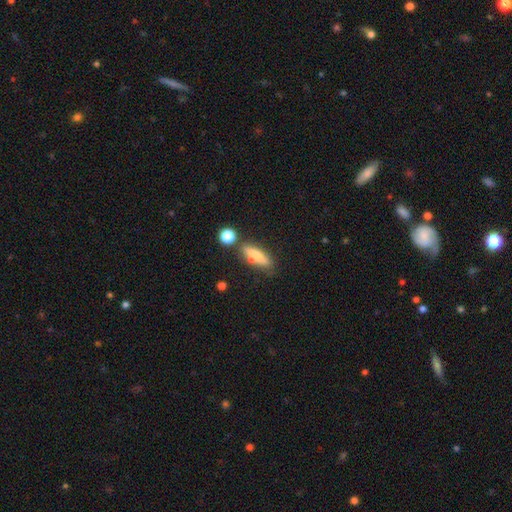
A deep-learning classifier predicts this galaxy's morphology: This appears to be a smooth galaxy with no disk features (67%) that is cigar-shaped (54%). Merging: none (67%).